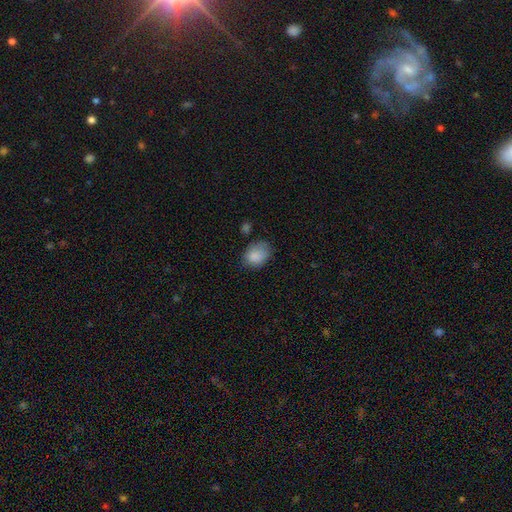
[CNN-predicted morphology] Smooth or featured? smooth (85%)
How rounded? in between (68%)
Merging? none (61%)